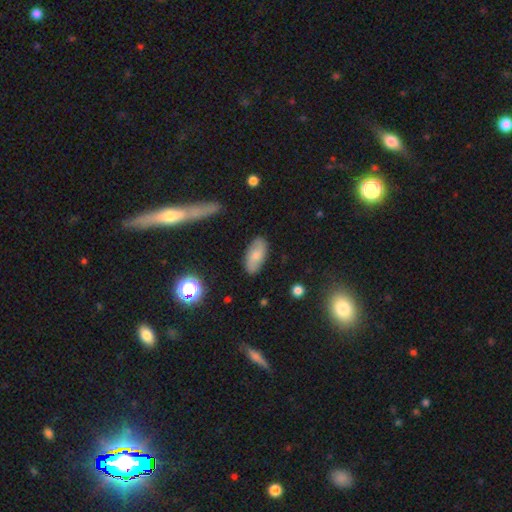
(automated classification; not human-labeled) Smooth or featured? Predicted: smooth (p=0.66). How rounded? Predicted: in between (p=0.92). Merging? Predicted: none (p=0.84).